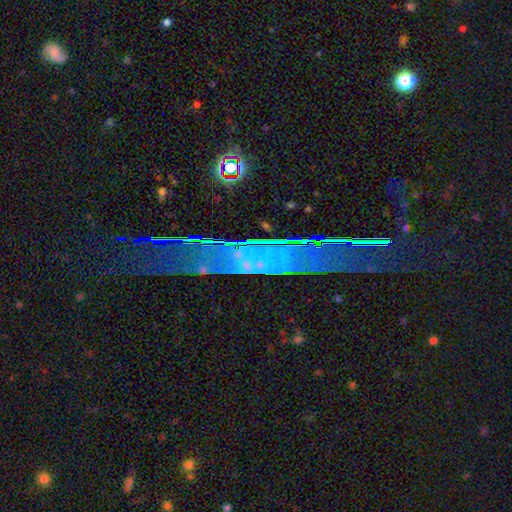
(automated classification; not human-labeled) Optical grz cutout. It shows a star or artifact, not a galaxy (72%).